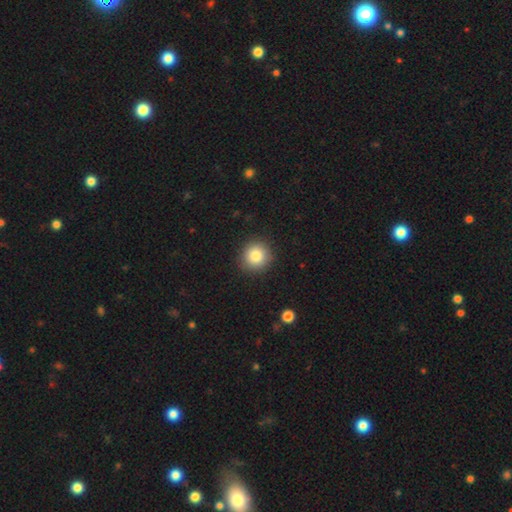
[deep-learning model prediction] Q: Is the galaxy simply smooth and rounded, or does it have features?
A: smooth — 84%.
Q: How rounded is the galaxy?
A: round — 93%.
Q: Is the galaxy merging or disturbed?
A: none — 91%.